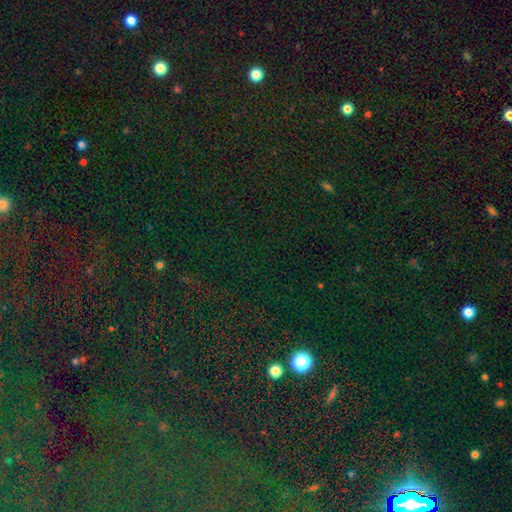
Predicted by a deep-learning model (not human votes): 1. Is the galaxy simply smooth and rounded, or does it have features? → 80% star or artifact, 13% smooth, 7% featured or disk.